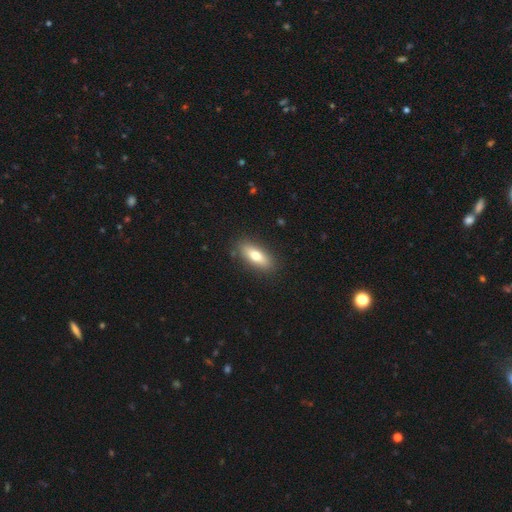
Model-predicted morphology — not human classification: Smooth or featured: smooth — 70% (featured or disk — 23%)
How rounded: in between — 70% (cigar-shaped — 27%)
Merging: none — 87% (minor disturbance — 10%)